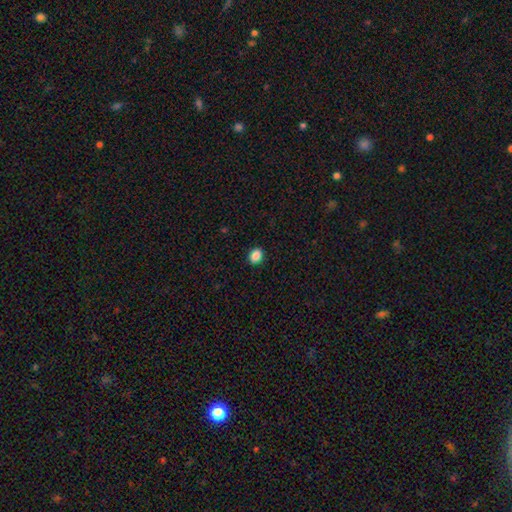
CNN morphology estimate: Smooth or featured? Predicted: smooth (p=0.87). How rounded? Predicted: in between (p=0.55). Merging? Predicted: none (p=0.91).